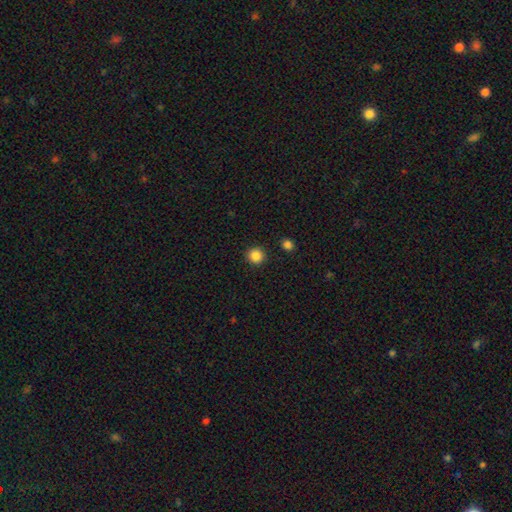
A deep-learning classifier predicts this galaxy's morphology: smooth_or_featured: smooth (p=0.86) [alt: star or artifact p=0.11]
how_rounded: round (p=0.94) [alt: in between p=0.05]
merging: none (p=0.91) [alt: minor disturbance p=0.05]